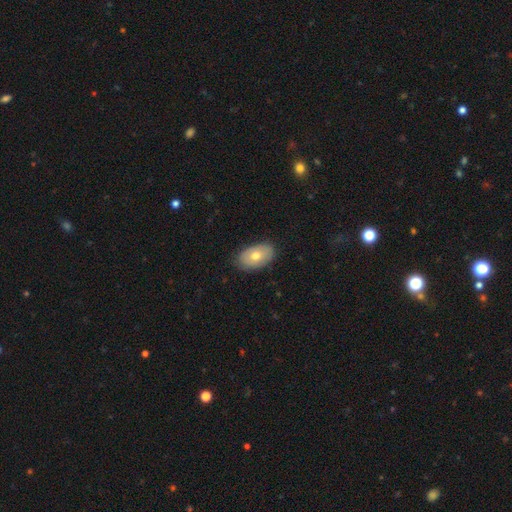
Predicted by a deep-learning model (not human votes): Morphology: type=smooth (68%); roundness=in between (92%); merging=none (84%).